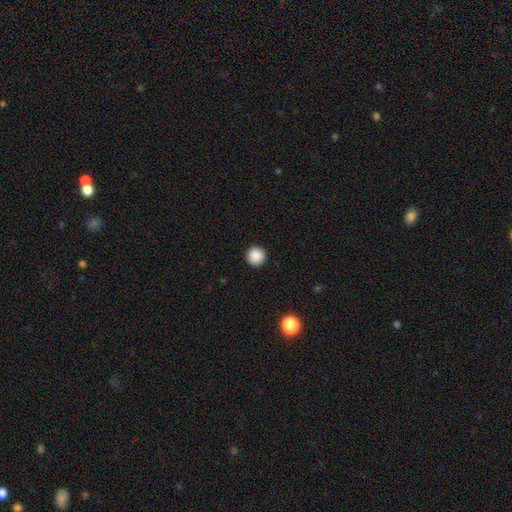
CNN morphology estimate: A smooth galaxy with no disk features (88%) that is round (96%).

Vote fractions:
- Smooth or featured? smooth: 88% / star or artifact: 9% / featured or disk: 3%
- How rounded? round: 96% / in between: 3% / cigar-shaped: 1%
- Merging? none: 93% / minor disturbance: 5% / major disturbance: 2% / merger: 1%